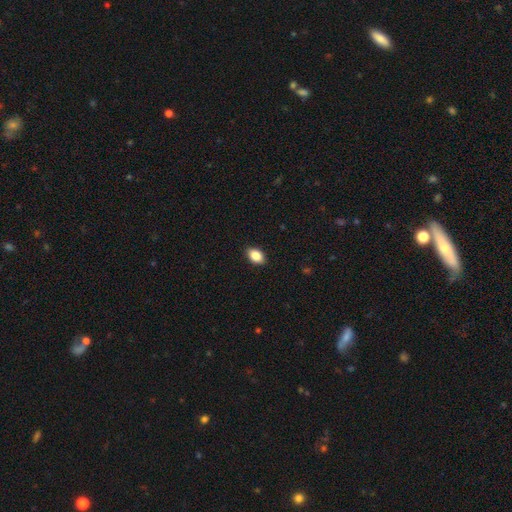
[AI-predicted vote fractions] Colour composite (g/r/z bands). It shows a smooth galaxy with no disk features (87%) that is in between round and cigar-shaped (87%). Merging: none (90%).